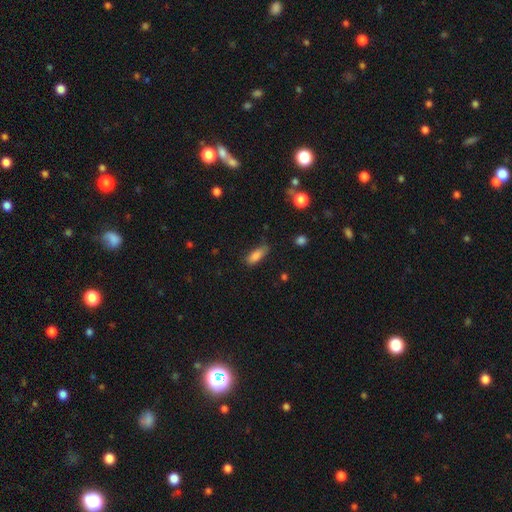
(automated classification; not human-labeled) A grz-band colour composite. It shows a smooth galaxy with no disk features (84%) that is in between round and cigar-shaped (74%). Merging: none (65%).